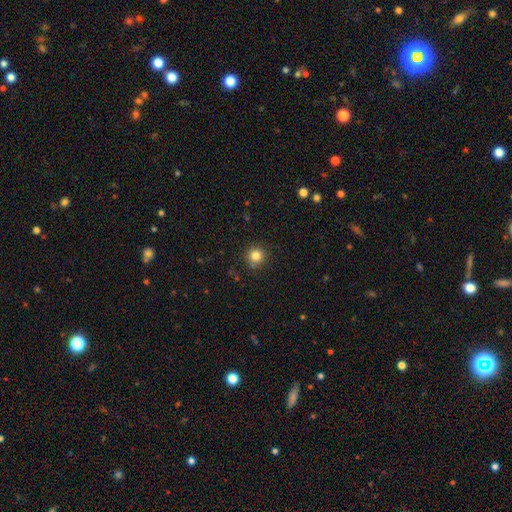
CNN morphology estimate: Q: Smooth or featured?
A: smooth (83%); runner-up: star or artifact (12%)
Q: How rounded?
A: round (94%); runner-up: in between (5%)
Q: Merging?
A: none (88%); runner-up: minor disturbance (8%)